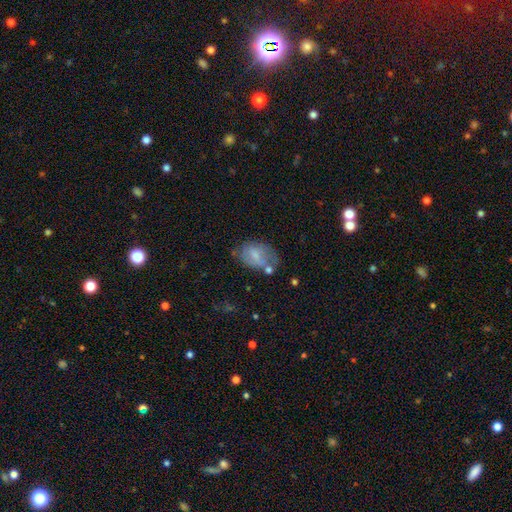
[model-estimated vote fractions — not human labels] This appears to be a smooth galaxy with no disk features (58%) that is in between round and cigar-shaped (84%). Merging: none (46%).